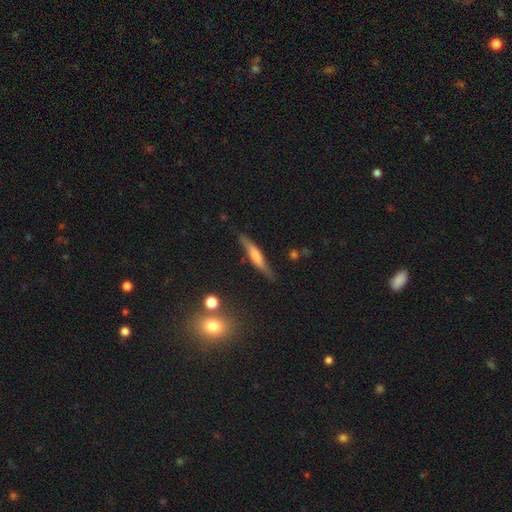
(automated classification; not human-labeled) Smooth or featured? featured or disk (49%)
Merging? none (75%)